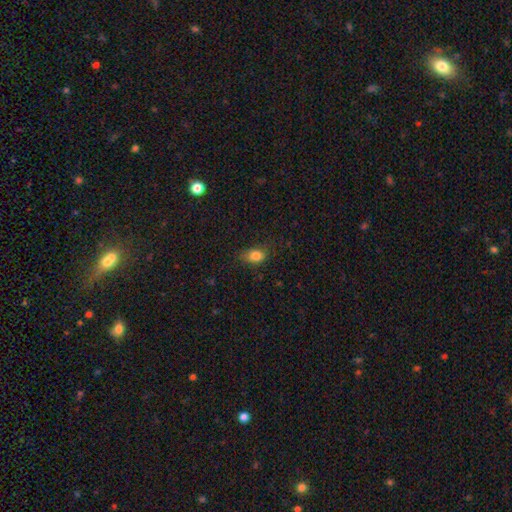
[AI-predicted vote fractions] smooth-or-featured: smooth: 83% | star or artifact: 11% | featured or disk: 6%
  how-rounded: in between: 75% | round: 23% | cigar-shaped: 3%
  merging: none: 69% | minor disturbance: 23% | major disturbance: 7% | merger: 1%